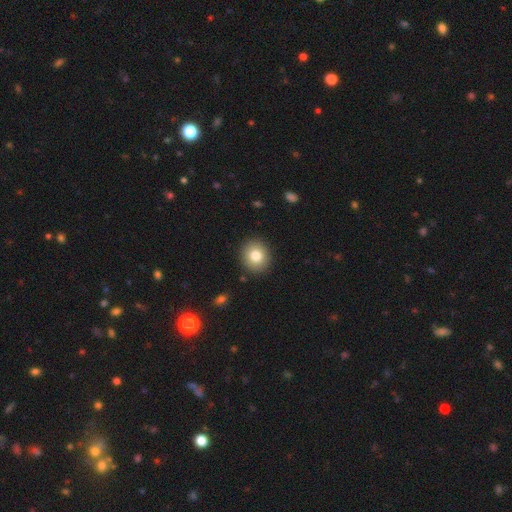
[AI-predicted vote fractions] A smooth galaxy with no disk features (80%) that is round (82%).

Vote fractions:
- Smooth or featured? smooth: 80% / featured or disk: 10% / star or artifact: 10%
- How rounded? round: 82% / in between: 17% / cigar-shaped: 1%
- Merging? none: 90% / minor disturbance: 7% / major disturbance: 2% / merger: 1%